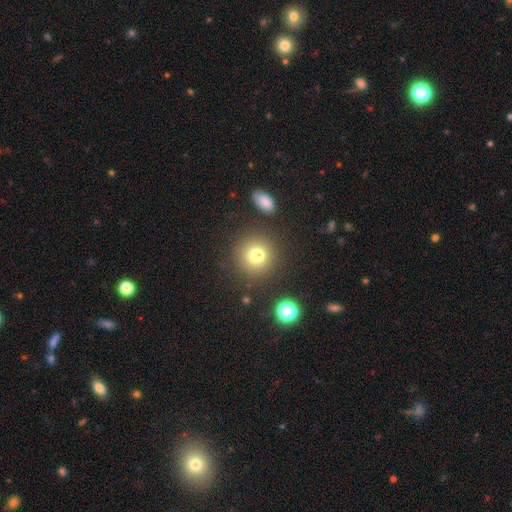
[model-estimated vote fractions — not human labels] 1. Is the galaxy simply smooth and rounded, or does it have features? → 74% smooth, 15% star or artifact, 11% featured or disk.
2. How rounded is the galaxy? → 90% round, 9% in between, 1% cigar-shaped.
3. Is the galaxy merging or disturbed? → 78% none, 9% minor disturbance, 9% merger, 4% major disturbance.